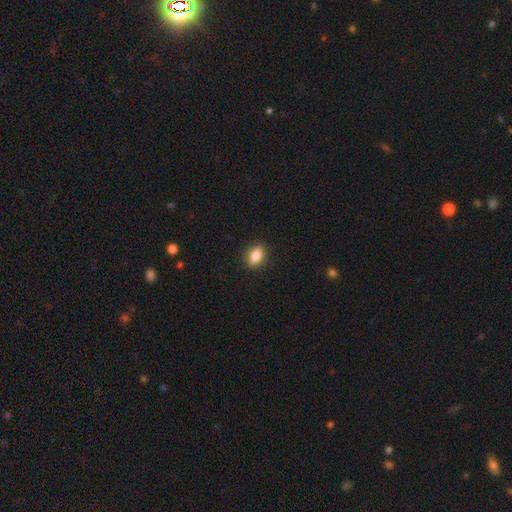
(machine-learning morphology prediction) Smooth or featured? smooth (81%)
How rounded? in between (79%)
Merging? none (88%)